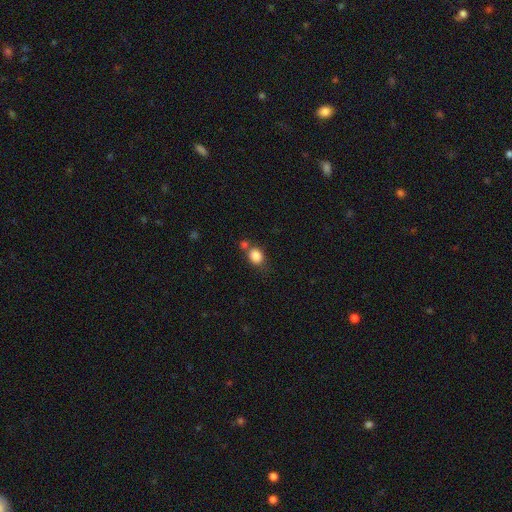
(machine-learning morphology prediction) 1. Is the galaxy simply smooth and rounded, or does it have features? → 85% smooth, 10% star or artifact, 6% featured or disk.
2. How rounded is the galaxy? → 51% round, 48% in between, 1% cigar-shaped.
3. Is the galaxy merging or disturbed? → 54% none, 26% merger, 14% minor disturbance, 5% major disturbance.